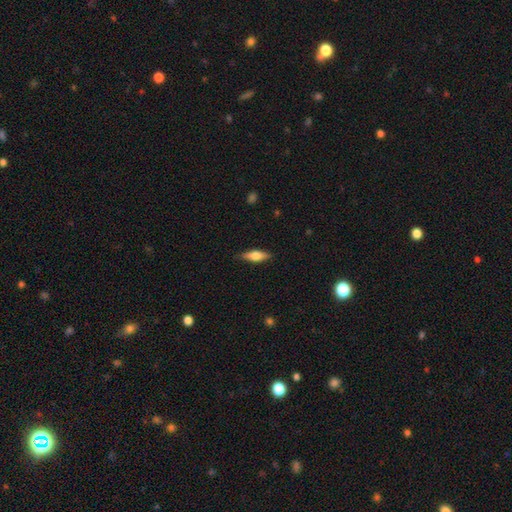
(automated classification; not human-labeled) smooth_or_featured: smooth (p=0.58) [alt: featured or disk p=0.36]
how_rounded: in between (p=0.51) [alt: cigar-shaped p=0.46]
merging: none (p=0.86) [alt: minor disturbance p=0.11]